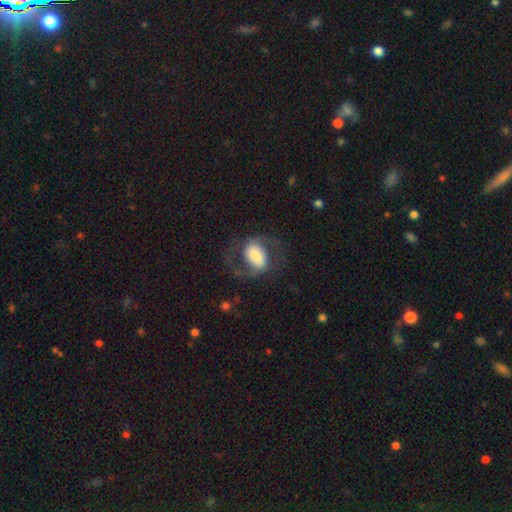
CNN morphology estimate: This is likely a featured or disk galaxy (62%). It is clearly not viewed edge-on (97%). Bar: marginally strong (34%, tied with weak). Spiral arm pattern: clearly yes (88%). Spiral arm count: clearly 2 (90%). Spiral winding: possibly medium (49%). Central bulge: marginally large (33%). Merging: likely none (62%).